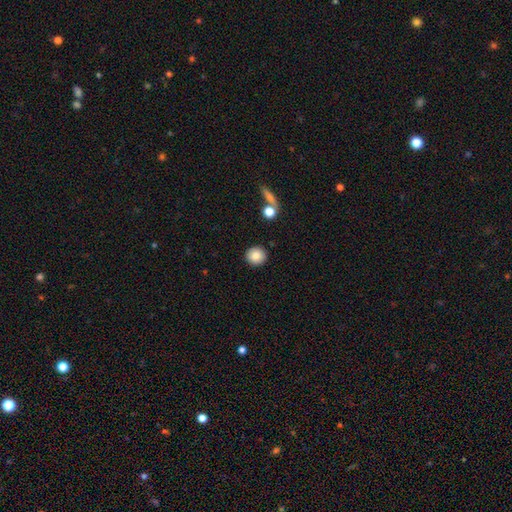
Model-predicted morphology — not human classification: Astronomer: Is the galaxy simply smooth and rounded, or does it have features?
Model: smooth — 85%.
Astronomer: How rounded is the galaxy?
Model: round — 90%.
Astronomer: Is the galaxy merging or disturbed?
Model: none — 89%.